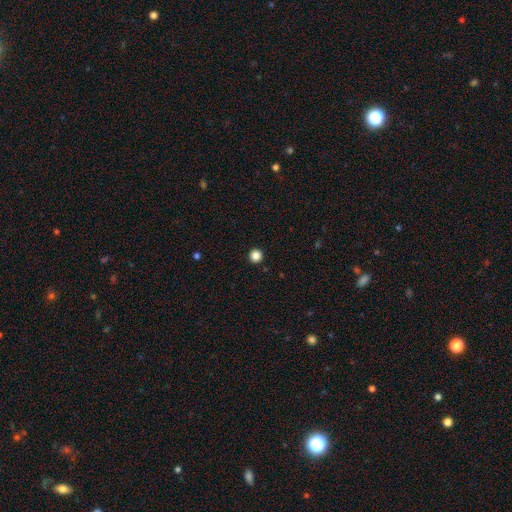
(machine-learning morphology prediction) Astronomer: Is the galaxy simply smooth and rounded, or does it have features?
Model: smooth — 86%.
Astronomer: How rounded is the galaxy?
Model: round — 96%.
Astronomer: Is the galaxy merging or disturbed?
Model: none — 94%.